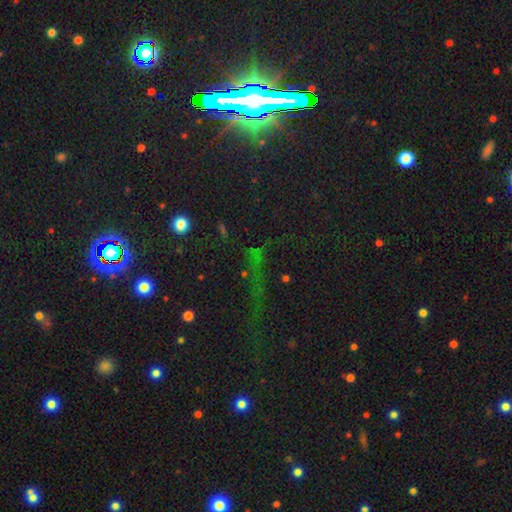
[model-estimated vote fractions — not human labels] Overall: star or artifact (70%).